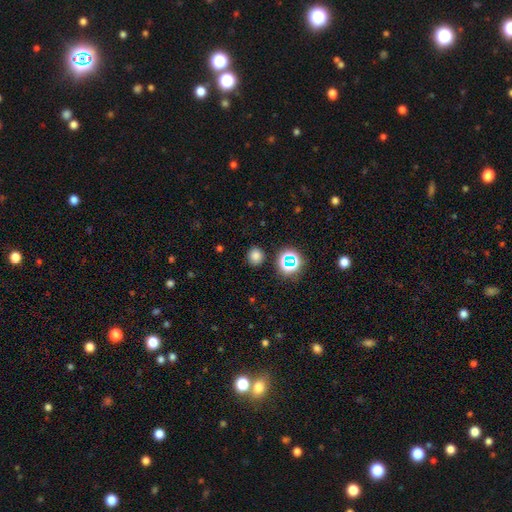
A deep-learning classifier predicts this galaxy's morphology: The model was most divided on "smooth or featured": smooth: 75%, star or artifact: 20%, featured or disk: 5%. More confident: merging — none (86%); how rounded — round (83%).